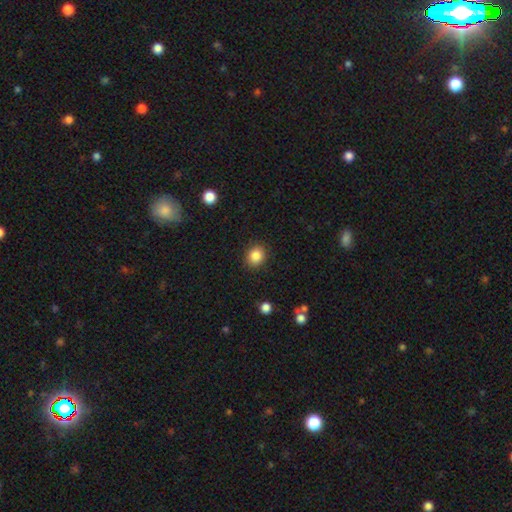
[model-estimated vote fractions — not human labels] A smooth galaxy with no disk features (86%) that is round (69%).

Vote fractions:
- Smooth or featured? smooth: 86% / star or artifact: 10% / featured or disk: 5%
- How rounded? round: 69% / in between: 31% / cigar-shaped: 1%
- Merging? none: 89% / minor disturbance: 8% / major disturbance: 2% / merger: 1%